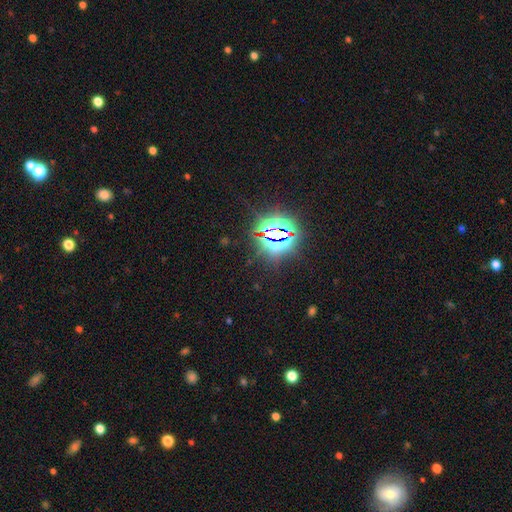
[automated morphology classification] smooth_or_featured: star or artifact (p=0.84) [alt: smooth p=0.10]